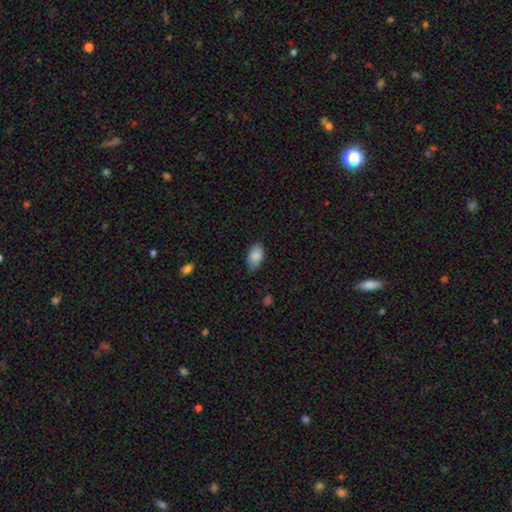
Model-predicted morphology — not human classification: Smooth or featured?
  - smooth: 86% *
  - featured or disk: 7%
  - star or artifact: 7%
How rounded?
  - in between: 92% *
  - round: 6%
  - cigar-shaped: 1%
Merging?
  - none: 79% *
  - minor disturbance: 17%
  - major disturbance: 3%
  - merger: 1%